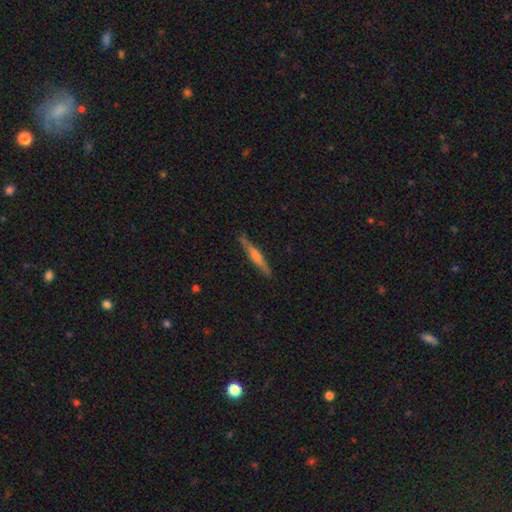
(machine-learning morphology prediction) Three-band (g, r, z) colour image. It shows a featured or disk galaxy (68%) viewed edge-on (98%) with a rounded central bulge (74%). Merging: none (90%).